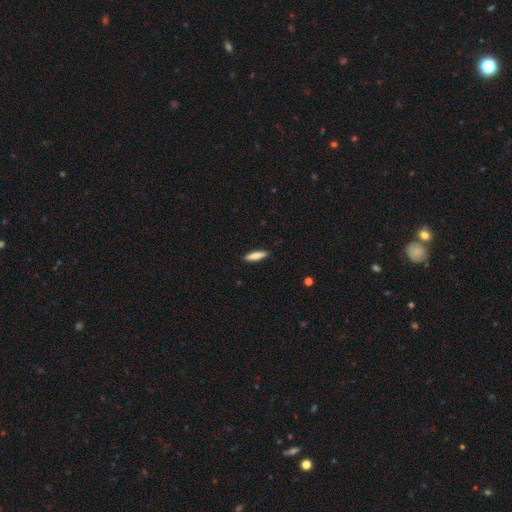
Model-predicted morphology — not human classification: This appears to be a smooth galaxy with no disk features (77%) that is cigar-shaped (72%). Merging: none (90%).